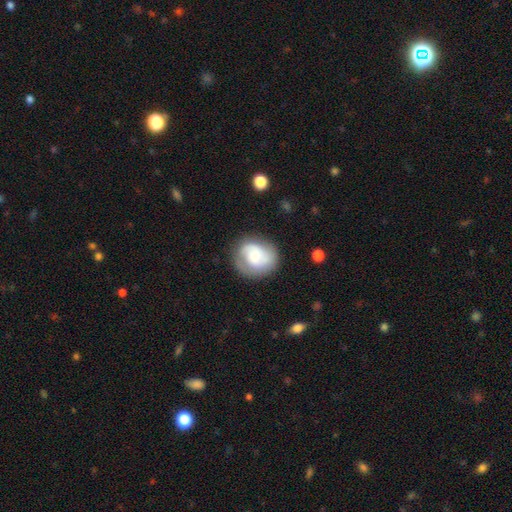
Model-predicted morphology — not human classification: Smooth or featured?
  - smooth: 49% *
  - featured or disk: 43%
  - star or artifact: 8%
Merging?
  - none: 69% *
  - minor disturbance: 19%
  - major disturbance: 9%
  - merger: 2%